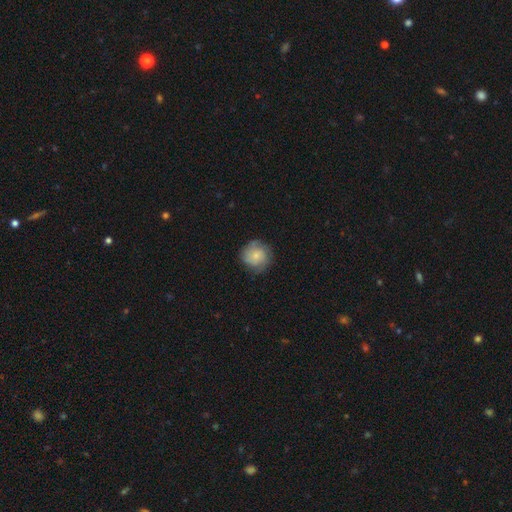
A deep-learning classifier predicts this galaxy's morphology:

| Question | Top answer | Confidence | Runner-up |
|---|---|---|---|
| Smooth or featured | smooth | 60% | featured or disk (33%) |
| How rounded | round | 89% | in between (10%) |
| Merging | none | 72% | minor disturbance (21%) |